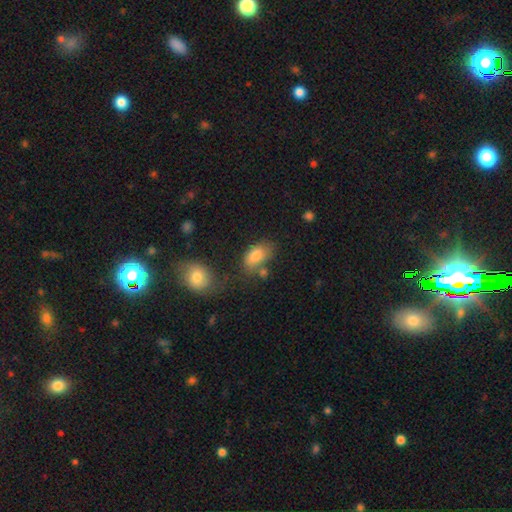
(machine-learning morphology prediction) This is clearly a smooth galaxy (80%). How rounded: clearly in between (90%). Merging: possibly none (55%).